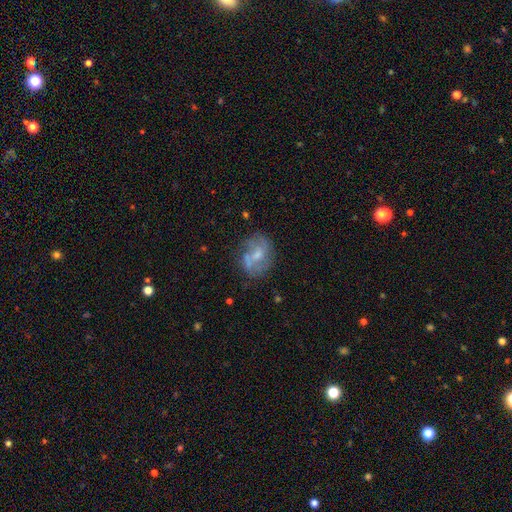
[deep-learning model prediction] Overall: featured or disk (60%; smooth 30%). Edge-on disk: no (97%). Bar: no (56%; weak 36%). Spiral arms: yes (64%; no 36%). Bulge size: moderate (46%; small 39%). Merging: none (56%; minor disturbance 21%).